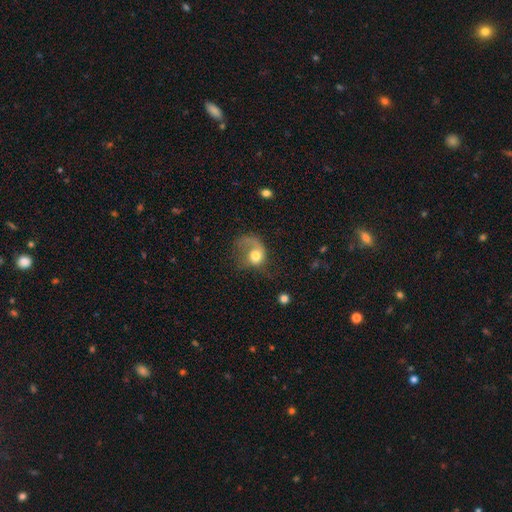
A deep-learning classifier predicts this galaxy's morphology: A featured or disk galaxy (46%).

Vote fractions:
- Smooth or featured? featured or disk: 46% / smooth: 45% / star or artifact: 9%
- Merging? major disturbance: 52% / none: 27% / minor disturbance: 18% / merger: 4%